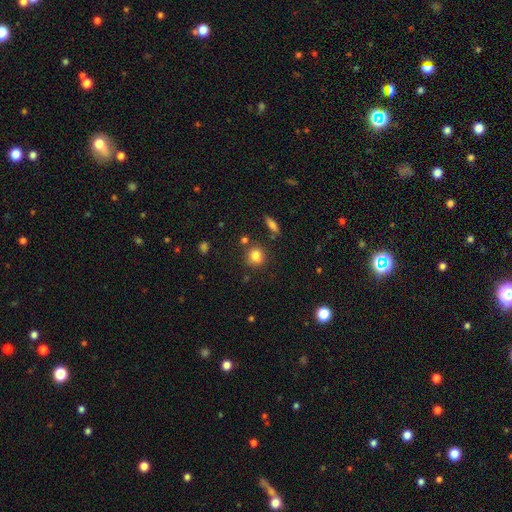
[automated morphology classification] A smooth galaxy with no disk features (82%) that is round (80%).

Vote fractions:
- Smooth or featured? smooth: 82% / star or artifact: 11% / featured or disk: 7%
- How rounded? round: 80% / in between: 18% / cigar-shaped: 2%
- Merging? none: 79% / minor disturbance: 11% / merger: 6% / major disturbance: 3%